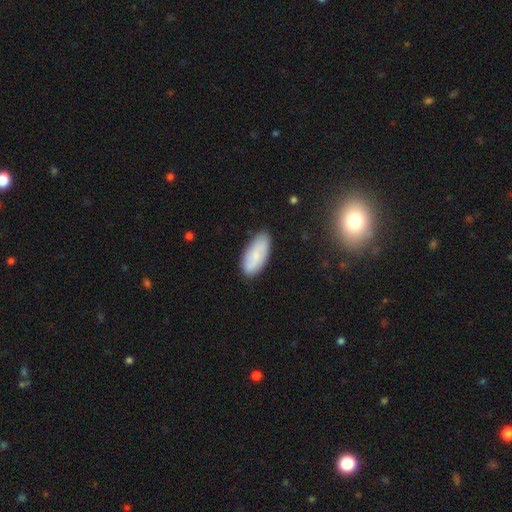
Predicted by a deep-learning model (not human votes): A smooth galaxy with no disk features (69%) that is in between round and cigar-shaped (85%).

Vote fractions:
- Smooth or featured? smooth: 69% / featured or disk: 24% / star or artifact: 7%
- How rounded? in between: 85% / cigar-shaped: 13% / round: 2%
- Merging? none: 81% / minor disturbance: 15% / major disturbance: 3% / merger: 2%